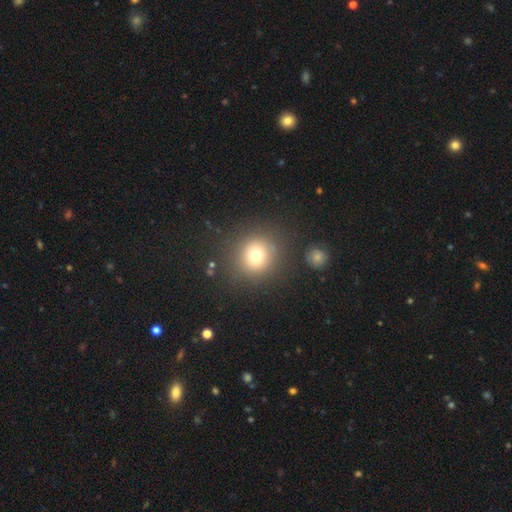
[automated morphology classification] type=smooth (73%); roundness=round (92%); merging=none (85%).